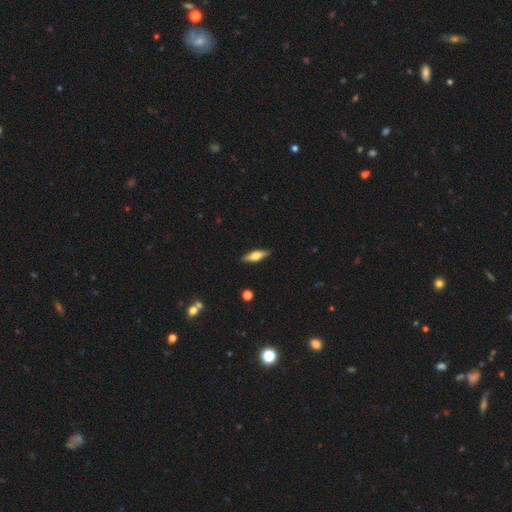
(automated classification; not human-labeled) Smooth or featured?
  - smooth: 56% *
  - featured or disk: 38%
  - star or artifact: 6%
How rounded?
  - in between: 51% *
  - cigar-shaped: 47%
  - round: 3%
Merging?
  - none: 89% *
  - minor disturbance: 8%
  - major disturbance: 2%
  - merger: 1%